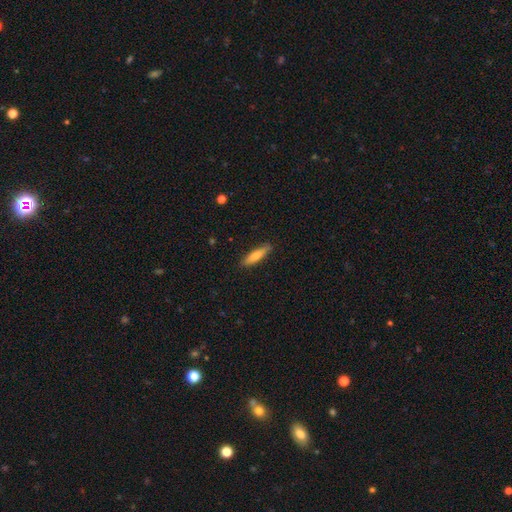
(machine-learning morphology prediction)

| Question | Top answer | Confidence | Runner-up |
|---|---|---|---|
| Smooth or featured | smooth | 72% | featured or disk (22%) |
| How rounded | cigar-shaped | 79% | in between (20%) |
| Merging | none | 87% | minor disturbance (10%) |